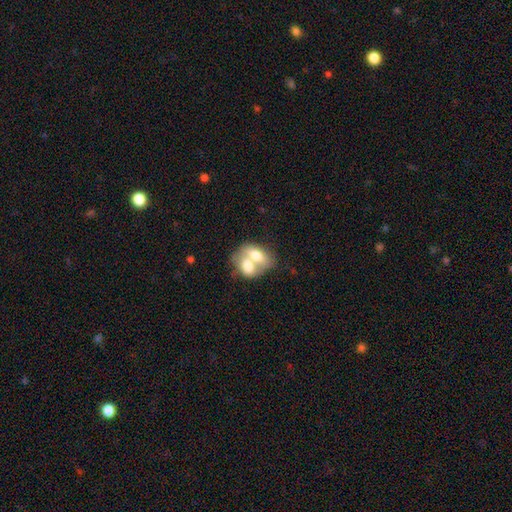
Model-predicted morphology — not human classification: The model was most divided on "smooth or featured": smooth: 66%, featured or disk: 28%, star or artifact: 6%. More confident: merging — merger (77%); how rounded — in between (72%).